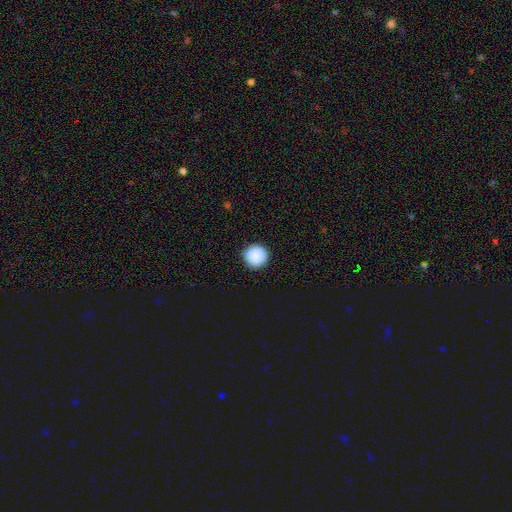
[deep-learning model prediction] Overall: smooth (89%). How rounded: round (96%). Merging: none (91%).